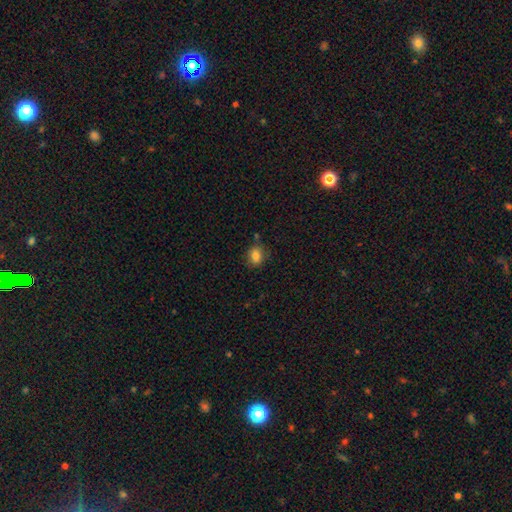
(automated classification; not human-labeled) Q: Smooth or featured?
A: smooth (83%); runner-up: star or artifact (10%)
Q: How rounded?
A: in between (52%); runner-up: round (47%)
Q: Merging?
A: none (76%); runner-up: minor disturbance (15%)